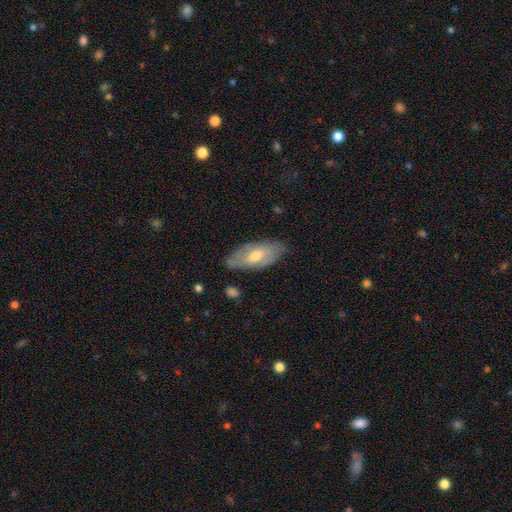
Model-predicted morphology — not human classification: smooth-or-featured: smooth: 49% | featured or disk: 45% | star or artifact: 6%
  merging: none: 78% | minor disturbance: 17% | major disturbance: 4% | merger: 2%